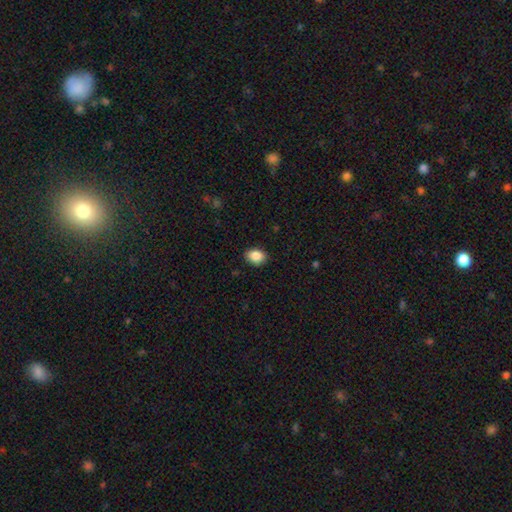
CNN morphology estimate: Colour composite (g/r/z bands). It shows a smooth galaxy with no disk features (88%) that is in between round and cigar-shaped (73%). Merging: none (87%).